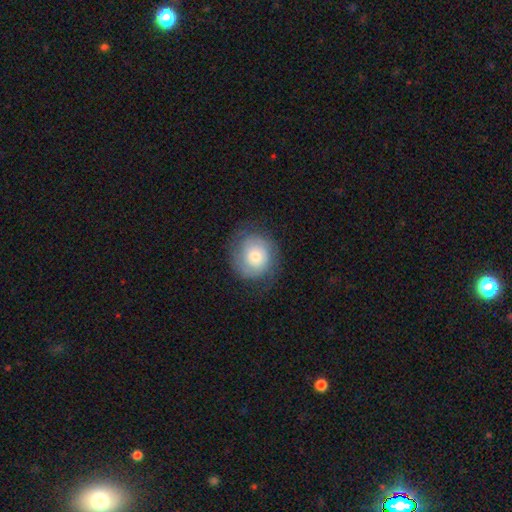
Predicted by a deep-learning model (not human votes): Smooth or featured? featured or disk (49%)
Merging? none (74%)